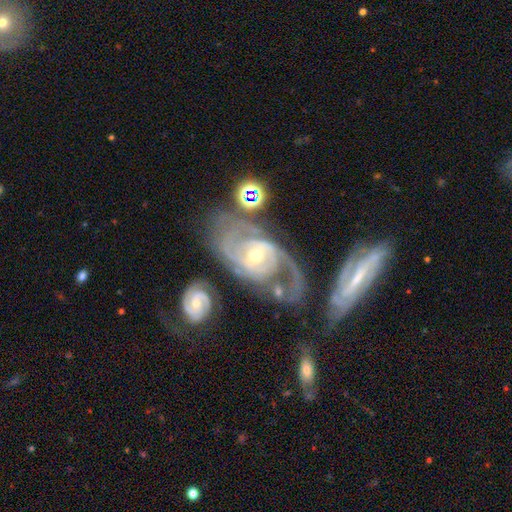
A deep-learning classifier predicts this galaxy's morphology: A featured or disk galaxy (88%) with no bar (40%), 2 (54%) tight (45%) spiral arms (96%) and a small central bulge (53%).

Vote fractions:
- Smooth or featured? featured or disk: 88% / star or artifact: 6% / smooth: 5%
- Edge-on disk? no: 96% / yes: 4%
- Bar? no: 40% / weak: 36% / strong: 24%
- Spiral arms? yes: 96% / no: 4%
- Spiral winding? tight: 45% / medium: 42% / loose: 13%
- Spiral arm count? 2: 54% / can't tell: 17% / 3: 15% / 4: 5% / 1: 5% / more than 4: 4%
- Bulge size? small: 53% / moderate: 43% / large: 2% / none: 1% / dominant: 1%
- Merging? none: 40% / major disturbance: 20% / merger: 20% / minor disturbance: 19%